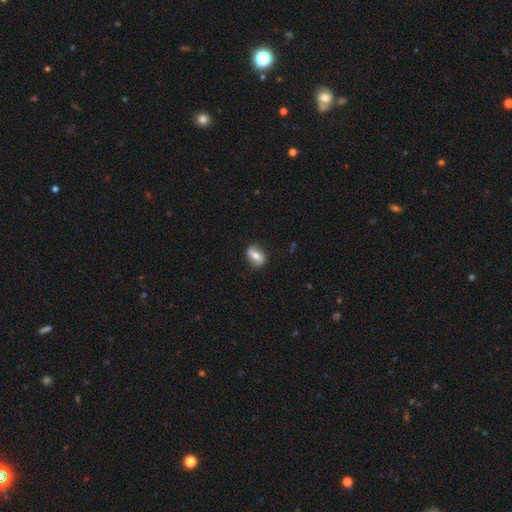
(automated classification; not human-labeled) smooth_or_featured: featured or disk (p=0.50) [alt: smooth p=0.42]
disk_edge_on: no (p=0.86) [alt: yes p=0.14]
merging: none (p=0.79) [alt: minor disturbance p=0.15]